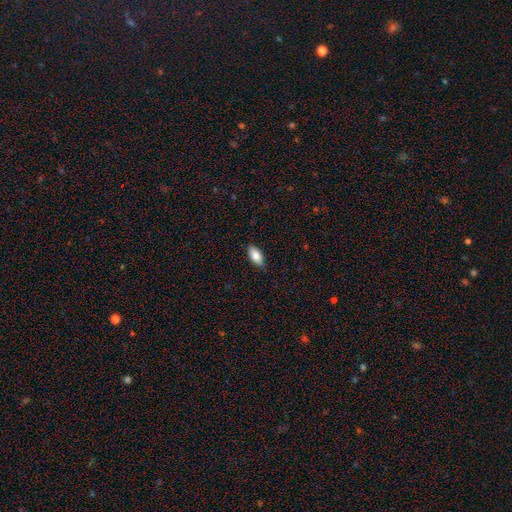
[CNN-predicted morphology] smooth 82%, featured or disk 11%, star or artifact 7%. Down the decision tree: how rounded — in between (89%); merging — none (86%).